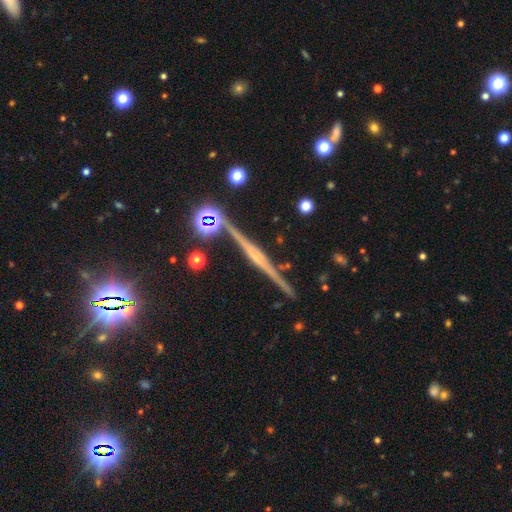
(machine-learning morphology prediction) This is likely a featured or disk galaxy (77%). It is clearly viewed edge-on (98%). Edge-on bulge: possibly rounded (57%). Merging: clearly none (86%).